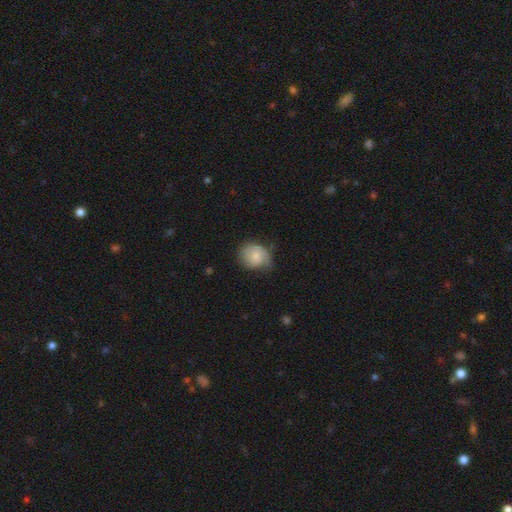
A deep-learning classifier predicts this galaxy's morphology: Overall: smooth (63%; featured or disk 30%). How rounded: round (64%; in between 35%). Merging: none (49%; minor disturbance 36%).